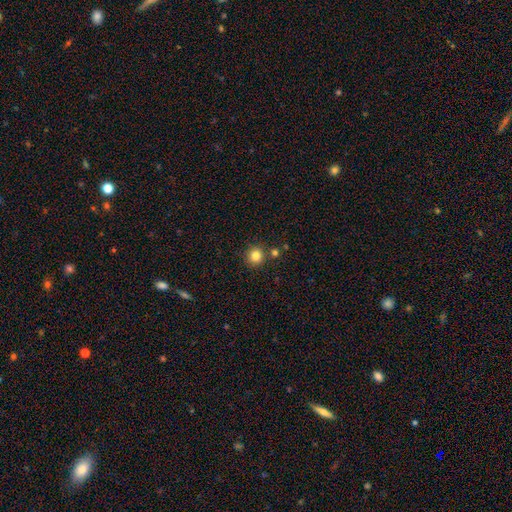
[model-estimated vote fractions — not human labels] smooth 83%, star or artifact 12%, featured or disk 5%. Down the decision tree: how rounded — round (93%); merging — none (84%).